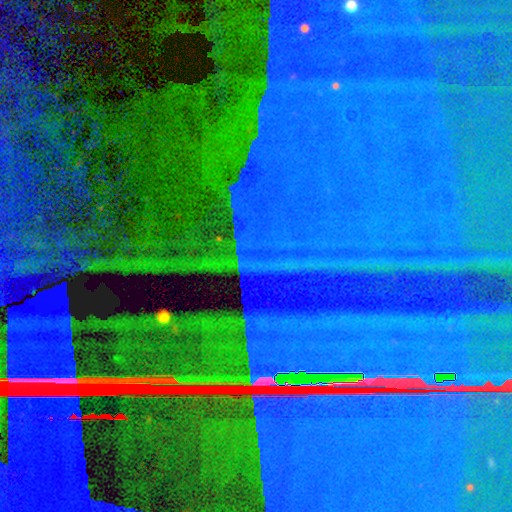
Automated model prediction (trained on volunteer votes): star or artifact 88%, featured or disk 8%, smooth 5%.